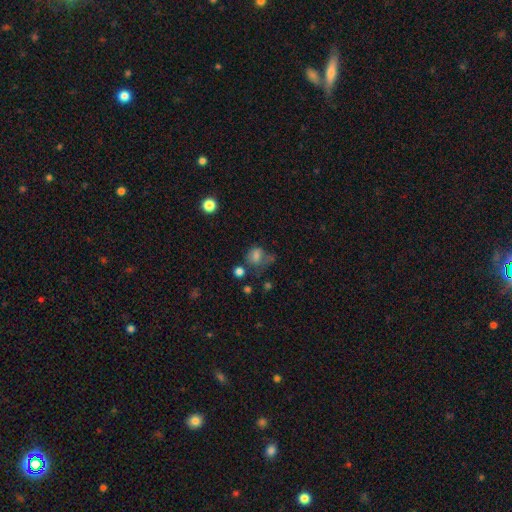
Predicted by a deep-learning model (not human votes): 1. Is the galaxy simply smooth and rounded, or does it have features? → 69% smooth, 16% featured or disk, 15% star or artifact.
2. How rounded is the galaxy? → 53% round, 46% in between, 1% cigar-shaped.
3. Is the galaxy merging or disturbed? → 40% none, 25% minor disturbance, 24% major disturbance, 11% merger.